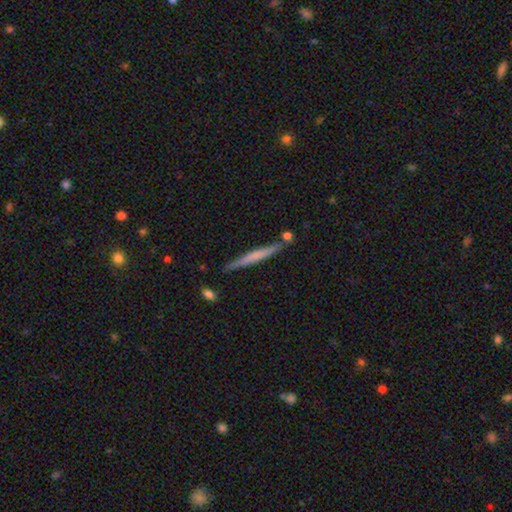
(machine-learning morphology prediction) Q: Smooth or featured?
A: smooth (51%); runner-up: featured or disk (44%)
Q: How rounded?
A: cigar-shaped (96%); runner-up: in between (2%)
Q: Merging?
A: none (83%); runner-up: minor disturbance (11%)